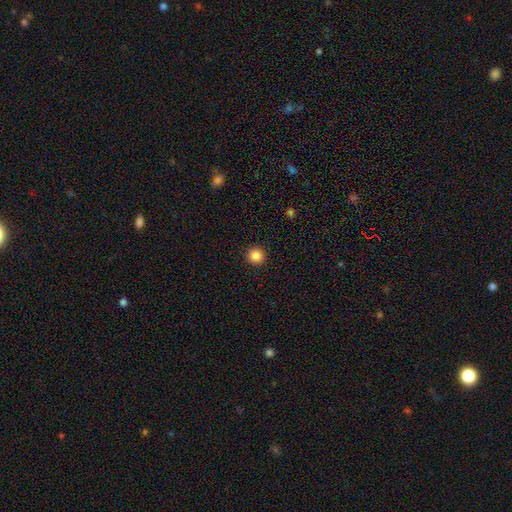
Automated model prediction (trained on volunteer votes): Smooth or featured: smooth — 86% (star or artifact — 11%)
How rounded: round — 94% (in between — 5%)
Merging: none — 93% (minor disturbance — 4%)